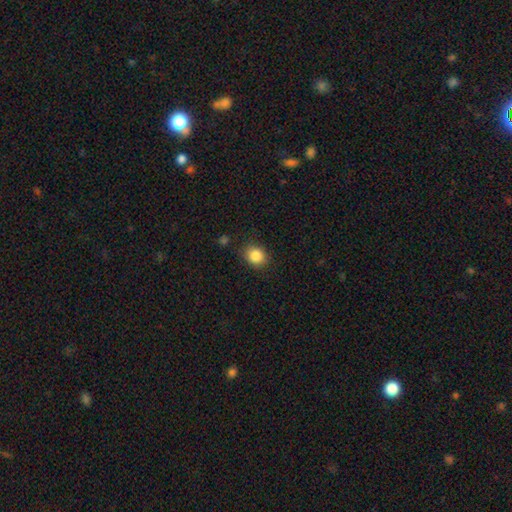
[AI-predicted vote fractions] Q: Smooth or featured?
A: smooth (86%); runner-up: star or artifact (10%)
Q: How rounded?
A: round (68%); runner-up: in between (31%)
Q: Merging?
A: none (85%); runner-up: minor disturbance (10%)